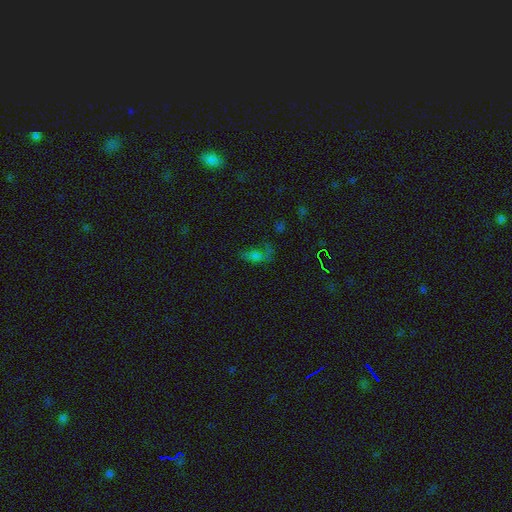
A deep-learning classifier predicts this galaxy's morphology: smooth 49%, star or artifact 29%, featured or disk 22%. Down the decision tree: merging — none (37%).